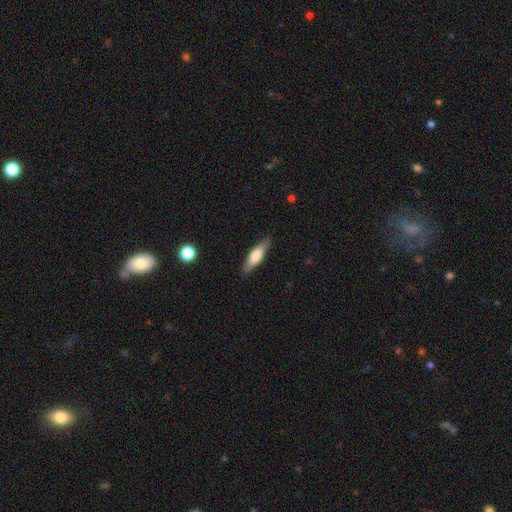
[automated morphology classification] smooth 66%, featured or disk 28%, star or artifact 6%. Down the decision tree: how rounded — cigar-shaped (57%); merging — none (83%).